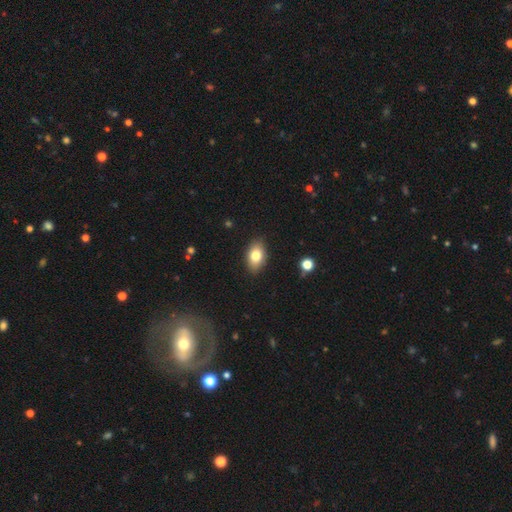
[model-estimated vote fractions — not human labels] This appears to be a smooth galaxy with no disk features (79%) that is in between round and cigar-shaped (88%). Merging: none (87%).